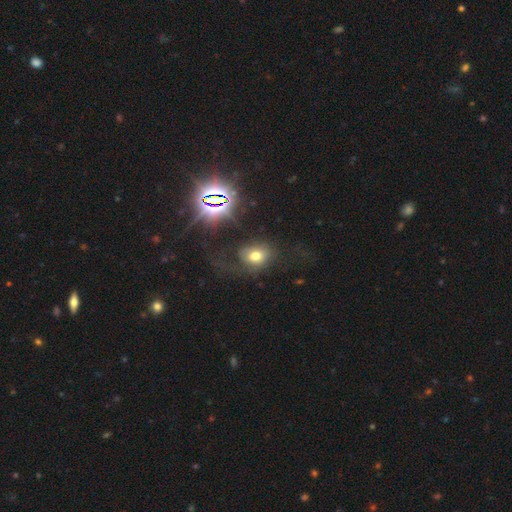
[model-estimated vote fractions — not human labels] Smooth or featured? smooth (62%)
How rounded? in between (64%)
Merging? none (47%)